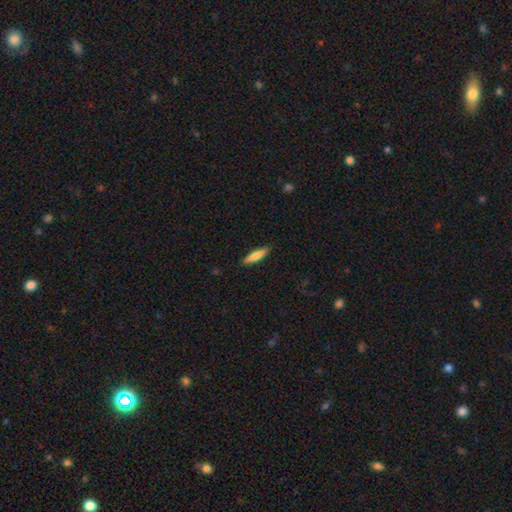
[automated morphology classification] This appears to be a smooth galaxy with no disk features (75%) that is cigar-shaped (76%). Merging: none (89%).